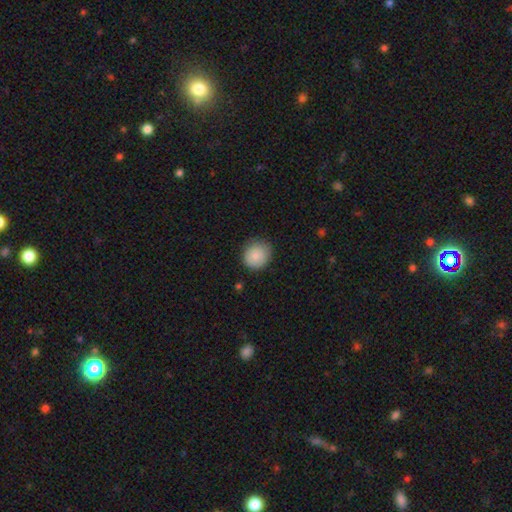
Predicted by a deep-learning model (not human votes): Morphology: type=smooth (86%); roundness=round (83%); merging=none (80%).